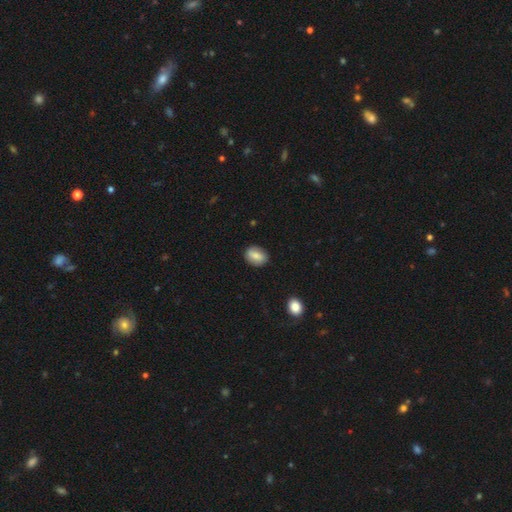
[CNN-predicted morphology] smooth 78%, featured or disk 14%, star or artifact 8%. Down the decision tree: how rounded — in between (71%); merging — none (86%).